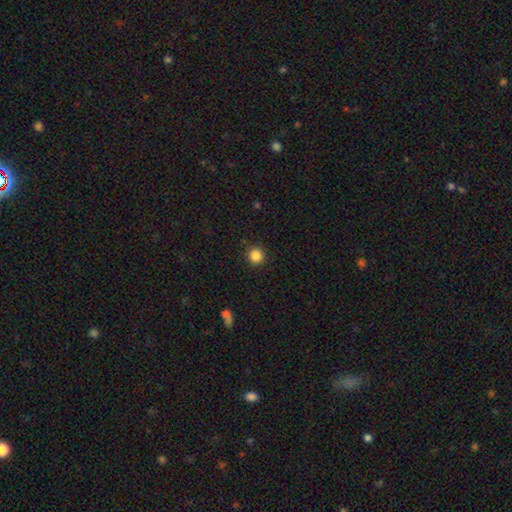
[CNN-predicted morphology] Smooth or featured: smooth — 86% (star or artifact — 11%)
How rounded: round — 95% (in between — 4%)
Merging: none — 91% (minor disturbance — 6%)